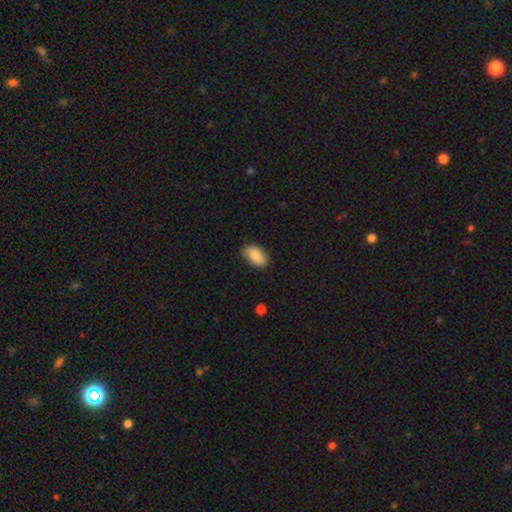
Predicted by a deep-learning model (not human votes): Smooth or featured? smooth (88%)
How rounded? in between (94%)
Merging? none (82%)